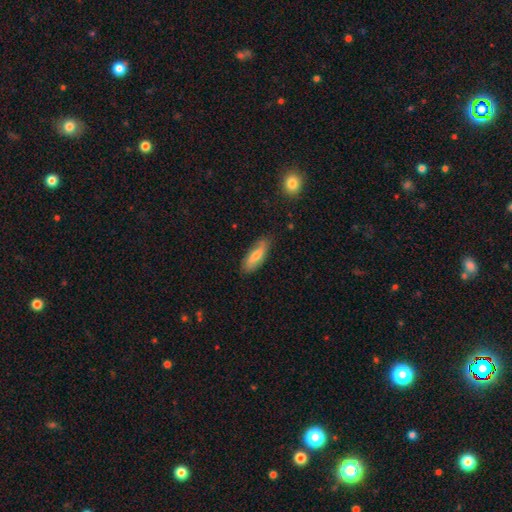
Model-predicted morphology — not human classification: Overall: smooth (70%). How rounded: in between (61%; cigar-shaped 37%). Merging: none (76%).